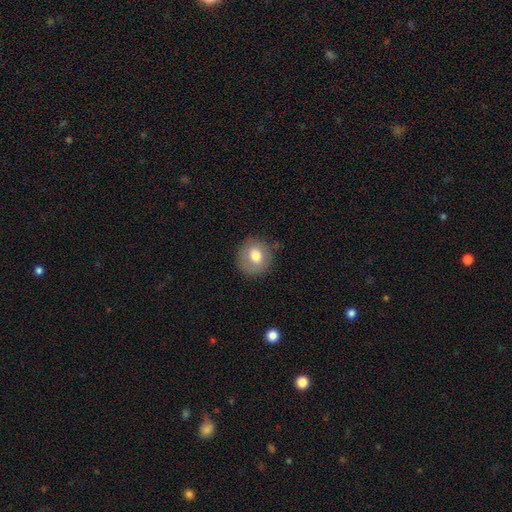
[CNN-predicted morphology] Smooth or featured? Predicted: smooth (p=0.75). How rounded? Predicted: round (p=0.85). Merging? Predicted: none (p=0.78).